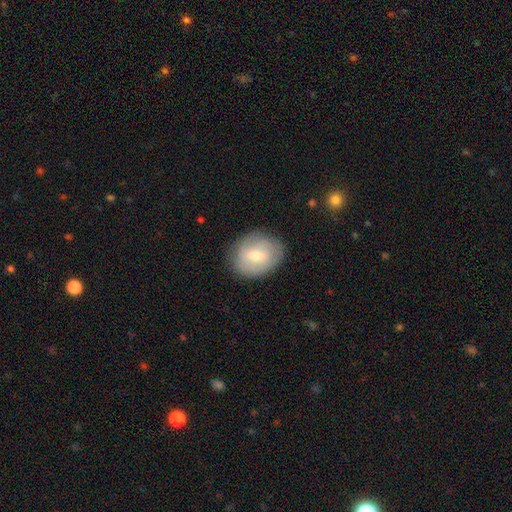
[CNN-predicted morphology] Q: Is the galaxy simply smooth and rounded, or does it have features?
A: smooth — 59%.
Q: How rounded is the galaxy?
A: round — 53%.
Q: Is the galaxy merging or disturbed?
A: none — 80%.